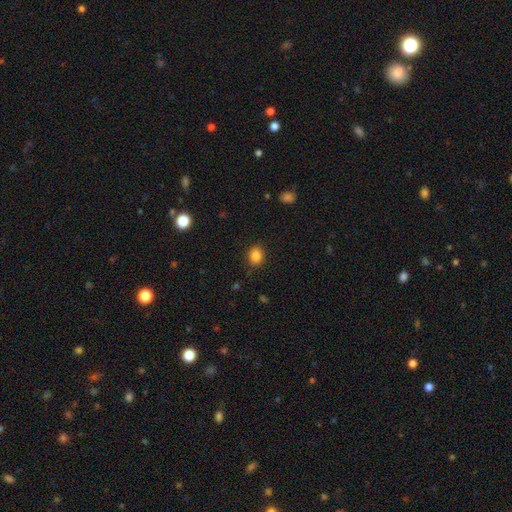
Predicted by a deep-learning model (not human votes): This appears to be a smooth galaxy with no disk features (86%) that is round (52%). Merging: none (85%).